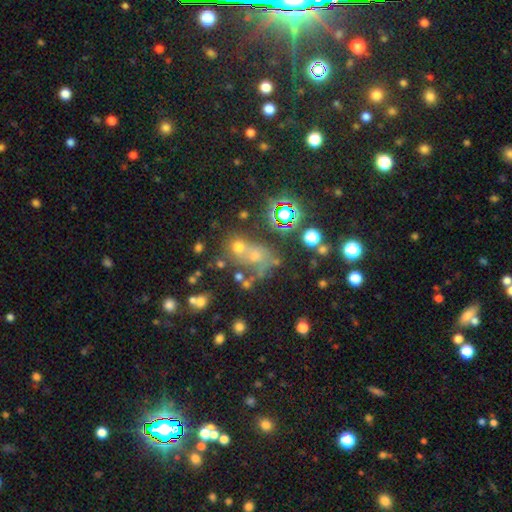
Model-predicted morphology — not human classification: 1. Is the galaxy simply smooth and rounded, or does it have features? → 50% smooth, 31% star or artifact, 19% featured or disk.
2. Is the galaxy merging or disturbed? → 39% none, 38% merger, 13% minor disturbance, 10% major disturbance.